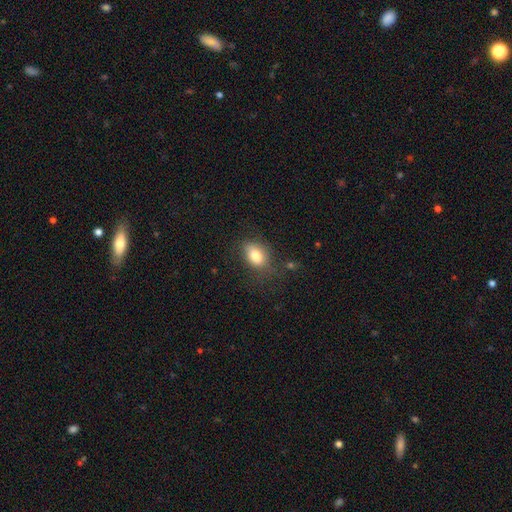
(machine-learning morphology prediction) This is likely a smooth galaxy (79%). How rounded: likely in between (71%). Merging: likely none (65%).